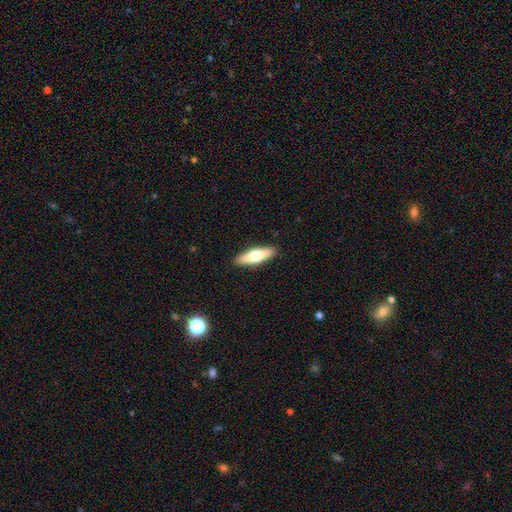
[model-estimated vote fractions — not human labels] Overall: smooth (53%; featured or disk 41%). How rounded: cigar-shaped (57%; in between 41%). Merging: none (90%).